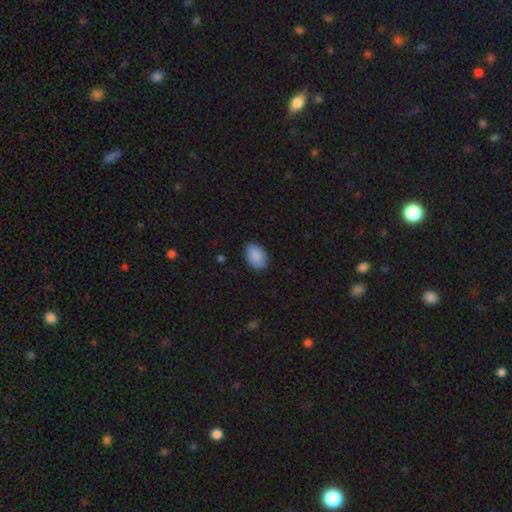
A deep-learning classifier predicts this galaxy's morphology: A smooth galaxy with no disk features (89%) that is in between round and cigar-shaped (87%).

Vote fractions:
- Smooth or featured? smooth: 89% / star or artifact: 7% / featured or disk: 4%
- How rounded? in between: 87% / round: 11% / cigar-shaped: 1%
- Merging? none: 84% / minor disturbance: 13% / major disturbance: 2% / merger: 1%